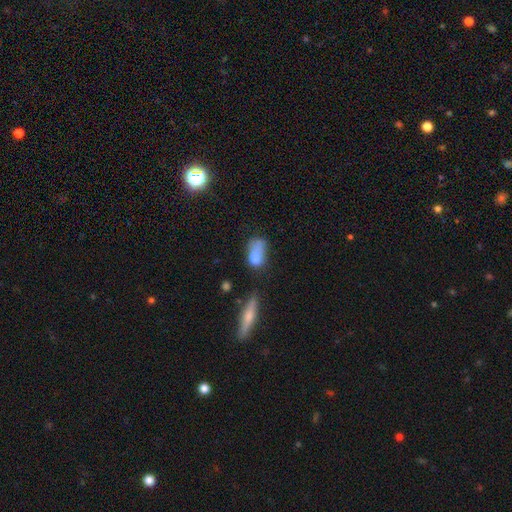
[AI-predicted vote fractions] This appears to be a smooth galaxy with no disk features (71%) that is in between round and cigar-shaped (85%). Merging: minor disturbance (27%, tied with none).